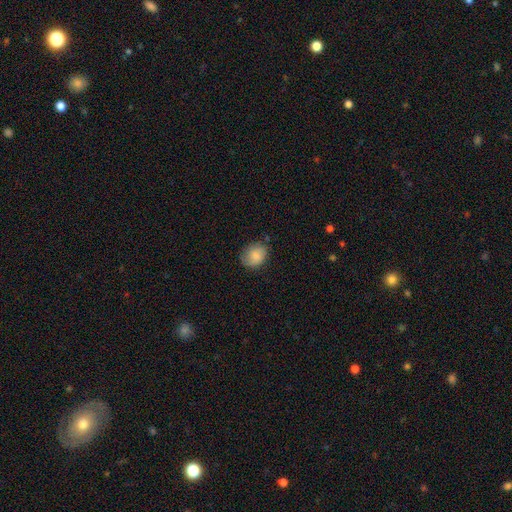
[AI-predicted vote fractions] smooth 80%, featured or disk 12%, star or artifact 8%. Down the decision tree: how rounded — round (51%); merging — none (73%).